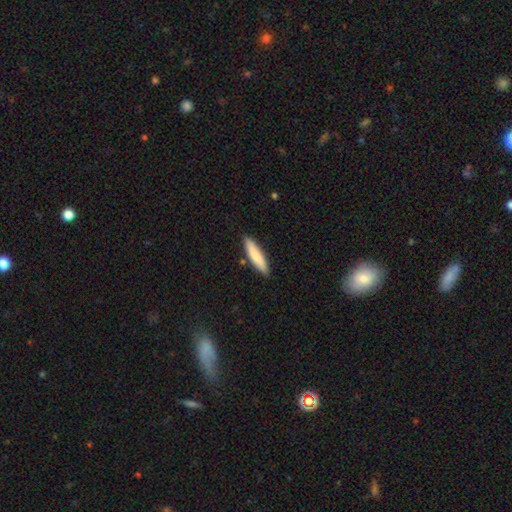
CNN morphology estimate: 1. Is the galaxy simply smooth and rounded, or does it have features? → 81% smooth, 13% featured or disk, 6% star or artifact.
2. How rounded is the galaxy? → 79% cigar-shaped, 20% in between, 1% round.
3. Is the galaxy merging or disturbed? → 85% none, 10% minor disturbance, 2% merger, 2% major disturbance.